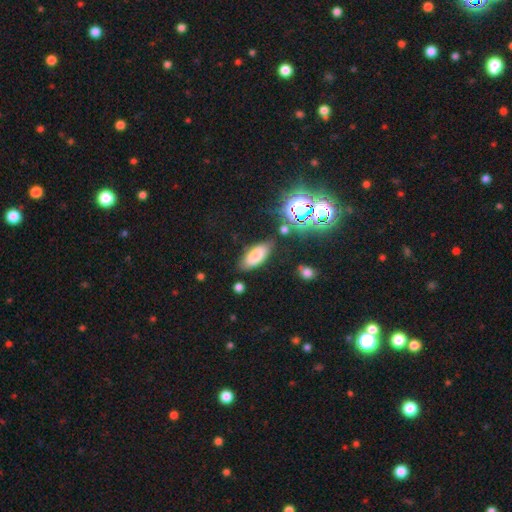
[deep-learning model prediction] Smooth or featured?
  - smooth: 78% *
  - star or artifact: 12%
  - featured or disk: 11%
How rounded?
  - in between: 84% *
  - cigar-shaped: 13%
  - round: 3%
Merging?
  - none: 79% *
  - minor disturbance: 14%
  - major disturbance: 4%
  - merger: 3%